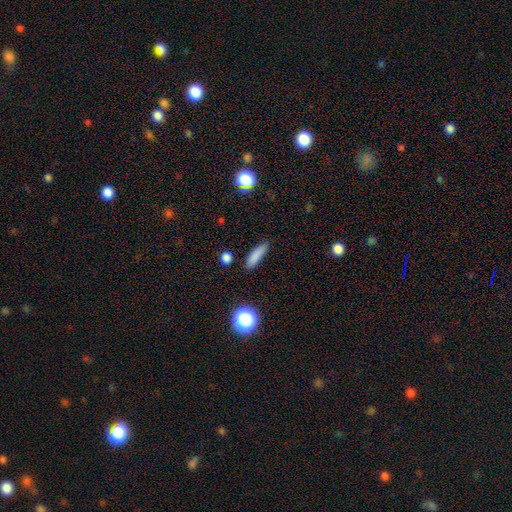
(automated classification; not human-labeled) Smooth or featured?
  - smooth: 82% *
  - star or artifact: 10%
  - featured or disk: 8%
How rounded?
  - cigar-shaped: 64% *
  - in between: 32%
  - round: 4%
Merging?
  - none: 81% *
  - minor disturbance: 14%
  - major disturbance: 3%
  - merger: 2%